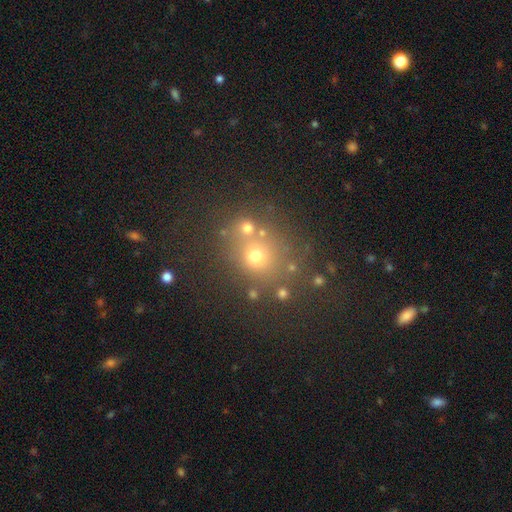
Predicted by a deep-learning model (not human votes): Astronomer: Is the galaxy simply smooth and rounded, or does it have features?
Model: smooth — 60%.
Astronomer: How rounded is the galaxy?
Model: round — 82%.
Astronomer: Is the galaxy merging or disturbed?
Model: none — 67%.